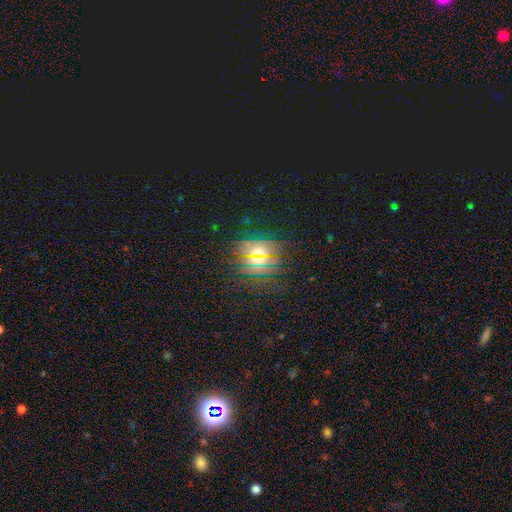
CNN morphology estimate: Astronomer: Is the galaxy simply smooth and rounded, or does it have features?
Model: star or artifact — 46% (runner-up: smooth, 38%).